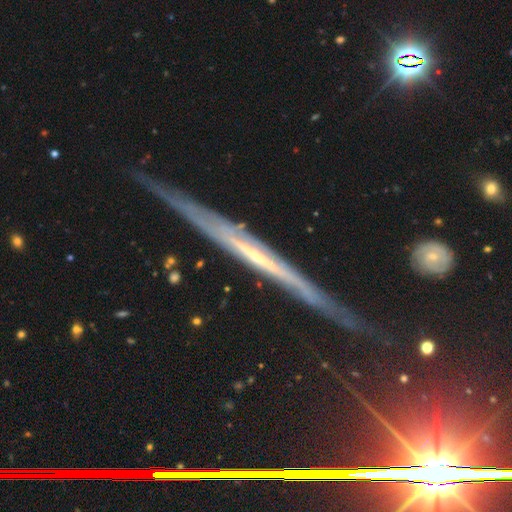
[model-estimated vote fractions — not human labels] Smooth or featured? Predicted: featured or disk (p=0.81). Edge-on disk? Predicted: yes (p=0.90). Edge-on bulge? Predicted: none (p=0.63). Merging? Predicted: none (p=0.68).